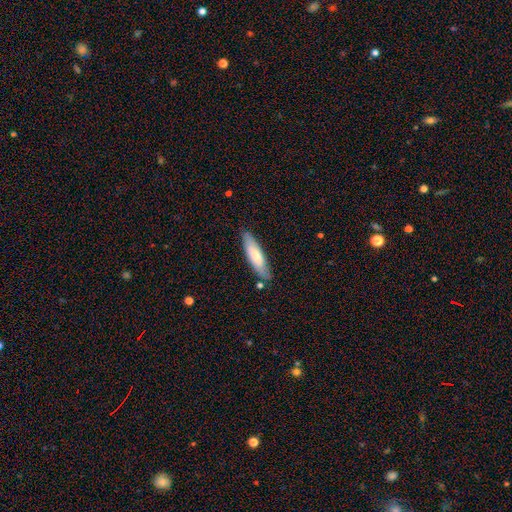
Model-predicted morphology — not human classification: The model was most divided on "how rounded": cigar-shaped: 65%, in between: 33%, round: 1%. More confident: merging — none (81%); smooth or featured — smooth (68%).